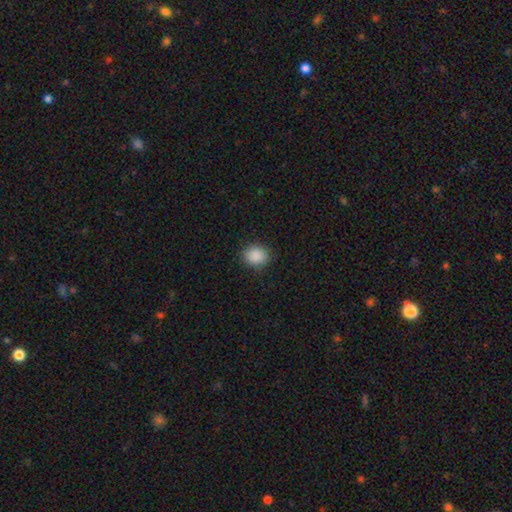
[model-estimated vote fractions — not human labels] smooth-or-featured: smooth: 89% | star or artifact: 9% | featured or disk: 3%
  how-rounded: round: 67% | in between: 32% | cigar-shaped: 1%
  merging: none: 89% | minor disturbance: 8% | major disturbance: 2% | merger: 1%